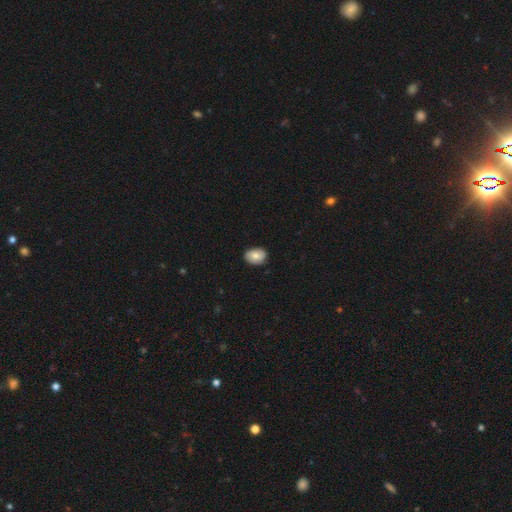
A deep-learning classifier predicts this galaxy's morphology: Q: Smooth or featured?
A: smooth (80%); runner-up: featured or disk (13%)
Q: How rounded?
A: in between (76%); runner-up: round (23%)
Q: Merging?
A: none (85%); runner-up: minor disturbance (12%)